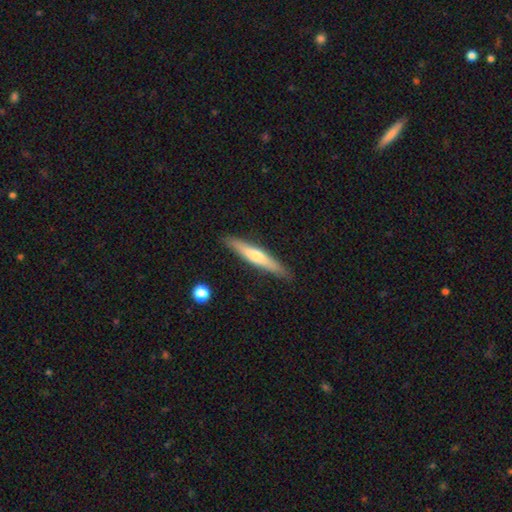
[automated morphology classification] Smooth or featured? featured or disk (49%)
Merging? none (88%)